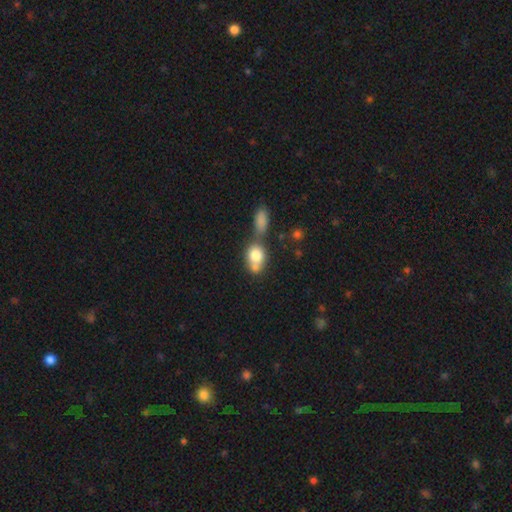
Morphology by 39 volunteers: Smooth or featured? smooth (82%)
How rounded? round (56%)
Merging? merger (51%)